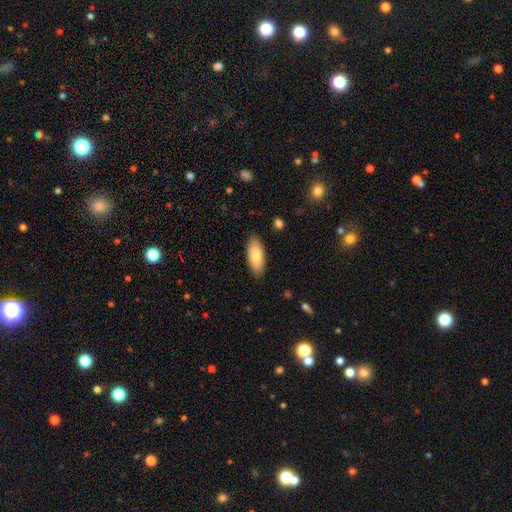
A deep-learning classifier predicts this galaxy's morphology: smooth 81%, featured or disk 14%, star or artifact 6%. Down the decision tree: how rounded — in between (81%); merging — none (88%).